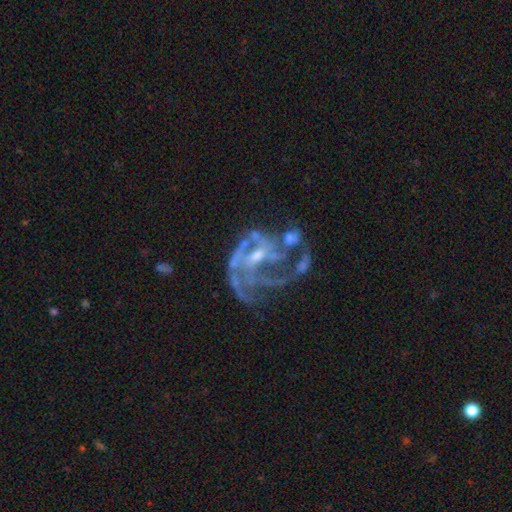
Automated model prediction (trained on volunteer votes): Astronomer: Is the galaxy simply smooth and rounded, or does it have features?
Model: featured or disk — 86%.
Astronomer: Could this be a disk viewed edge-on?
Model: no — 98%.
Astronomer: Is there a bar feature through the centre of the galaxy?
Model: no — 50% (runner-up: weak, 38%).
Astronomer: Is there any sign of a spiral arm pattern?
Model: yes — 86%.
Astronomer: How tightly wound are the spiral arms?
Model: medium — 45% (runner-up: tight, 31%).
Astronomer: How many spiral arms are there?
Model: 3 — 30% (runner-up: can't tell, 26%).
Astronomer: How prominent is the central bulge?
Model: small — 47% (runner-up: moderate, 37%).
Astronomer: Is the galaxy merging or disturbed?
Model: major disturbance — 38% (runner-up: none, 33%).